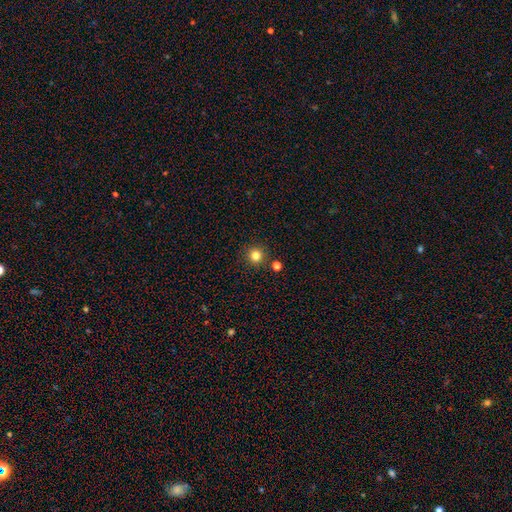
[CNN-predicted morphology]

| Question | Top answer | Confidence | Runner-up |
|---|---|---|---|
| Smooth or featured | smooth | 81% | star or artifact (14%) |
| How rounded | round | 95% | in between (4%) |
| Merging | none | 88% | minor disturbance (6%) |